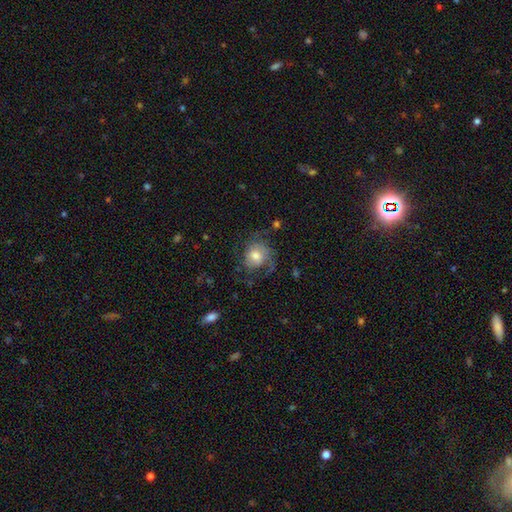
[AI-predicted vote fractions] Smooth or featured? Predicted: featured or disk (p=0.54). Edge-on disk? Predicted: no (p=0.97). Bar? Predicted: no (p=0.75). Spiral arms? Predicted: yes (p=0.84). Bulge size? Predicted: moderate (p=0.62). Merging? Predicted: none (p=0.55).